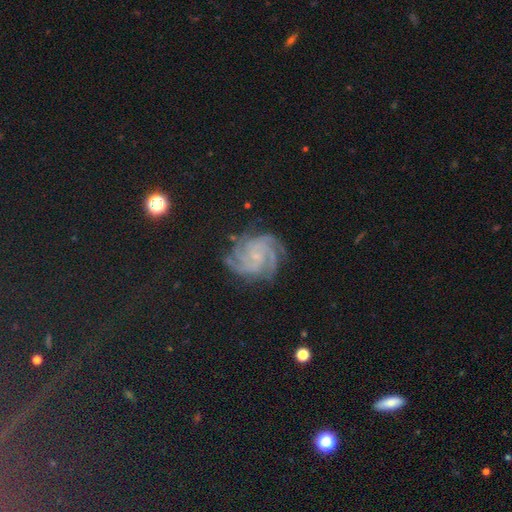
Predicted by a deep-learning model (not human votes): Smooth or featured? featured or disk (83%)
Edge-on disk? no (98%)
Bar? no (70%)
Spiral arms? yes (98%)
Spiral winding? tight (64%)
Spiral arm count? 4 (30%)
Bulge size? small (79%)
Merging? none (78%)